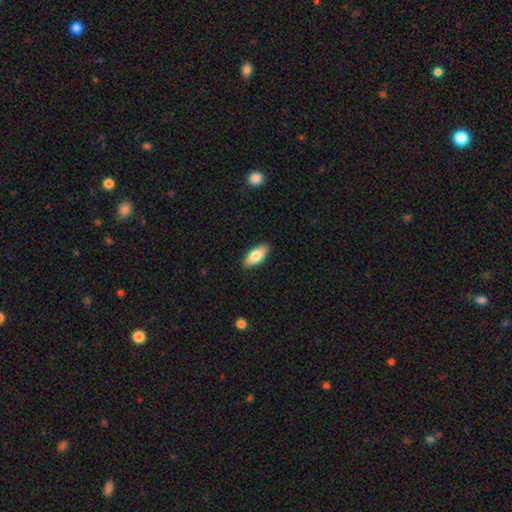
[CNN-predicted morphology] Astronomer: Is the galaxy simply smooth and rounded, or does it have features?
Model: smooth — 79%.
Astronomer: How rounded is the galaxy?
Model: in between — 86%.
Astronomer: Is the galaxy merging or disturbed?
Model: none — 89%.